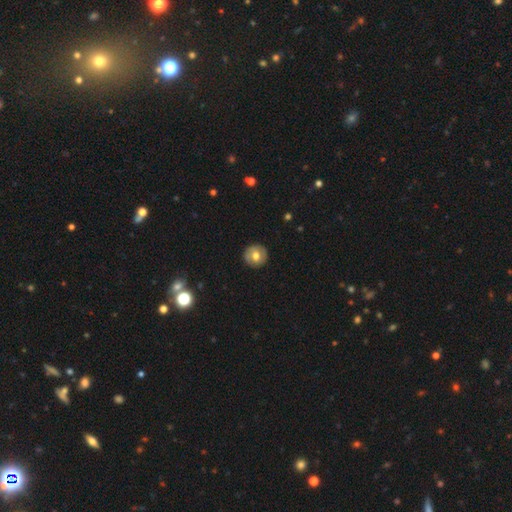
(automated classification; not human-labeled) Overall: smooth (62%; featured or disk 30%). How rounded: round (93%). Merging: none (89%).